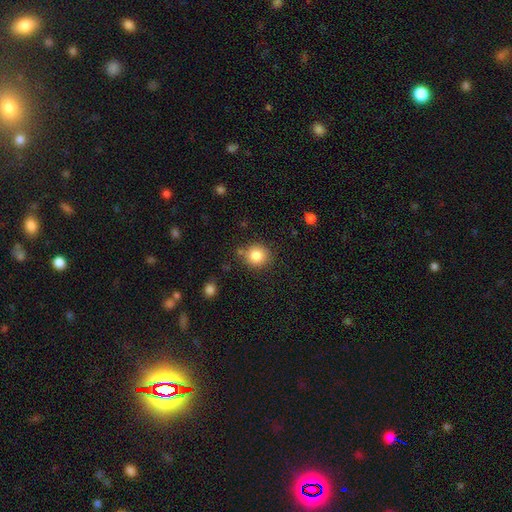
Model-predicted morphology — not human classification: type=smooth (85%); roundness=round (89%); merging=none (82%).